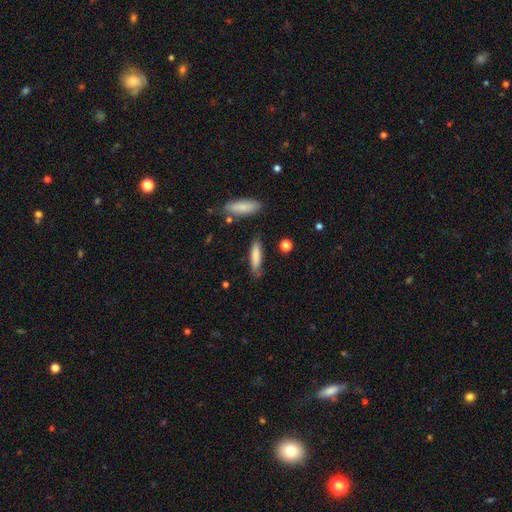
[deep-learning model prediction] smooth_or_featured: smooth (p=0.79) [alt: featured or disk p=0.14]
how_rounded: cigar-shaped (p=0.73) [alt: in between p=0.25]
merging: none (p=0.74) [alt: minor disturbance p=0.18]